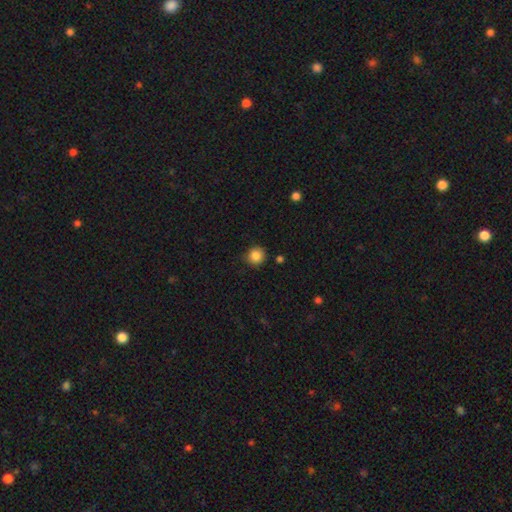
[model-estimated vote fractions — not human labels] Smooth or featured? smooth (85%)
How rounded? round (92%)
Merging? none (85%)